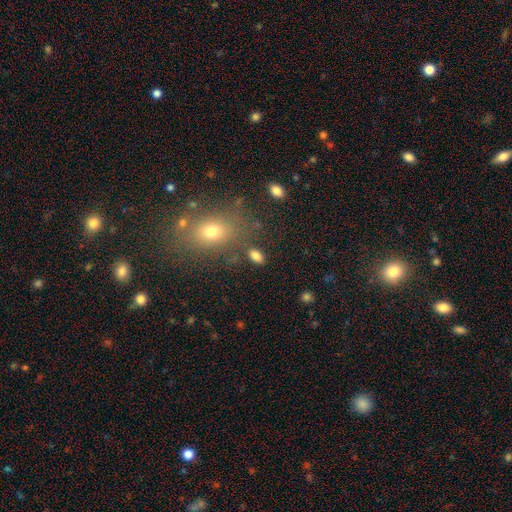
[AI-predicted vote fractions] Morphology: type=smooth (82%); roundness=in between (89%); merging=none (80%).